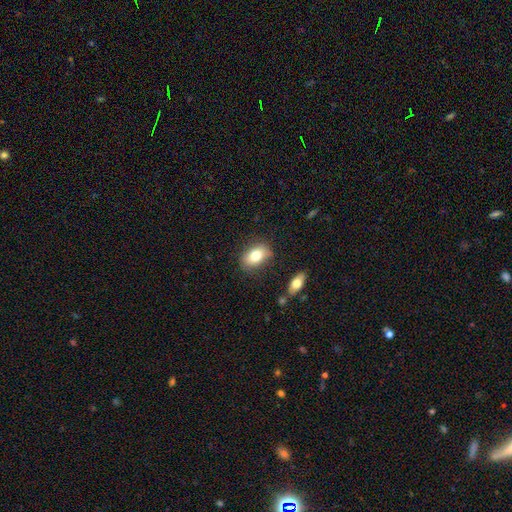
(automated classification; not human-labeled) The model was most divided on "merging": none: 78%, minor disturbance: 15%, major disturbance: 4%, merger: 3%. More confident: how rounded — in between (86%); smooth or featured — smooth (80%).